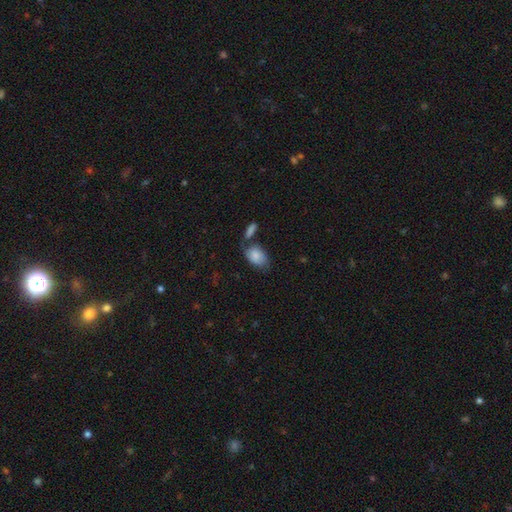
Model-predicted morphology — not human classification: Smooth or featured? Predicted: smooth (p=0.80). How rounded? Predicted: in between (p=0.89). Merging? Predicted: none (p=0.45).